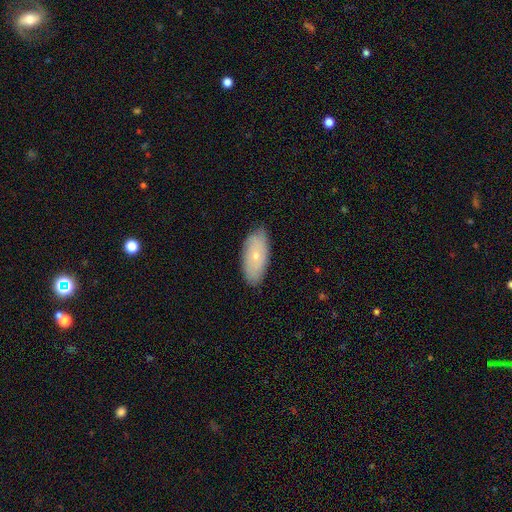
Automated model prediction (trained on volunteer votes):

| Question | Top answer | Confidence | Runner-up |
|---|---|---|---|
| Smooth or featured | smooth | 63% | featured or disk (30%) |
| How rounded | in between | 90% | cigar-shaped (7%) |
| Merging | none | 82% | minor disturbance (14%) |